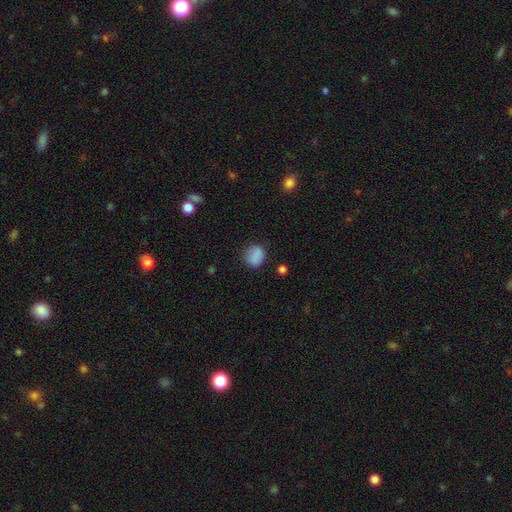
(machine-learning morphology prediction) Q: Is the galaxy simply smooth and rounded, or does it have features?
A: smooth — 84%.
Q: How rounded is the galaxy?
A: round — 67%.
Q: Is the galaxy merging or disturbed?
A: none — 75%.